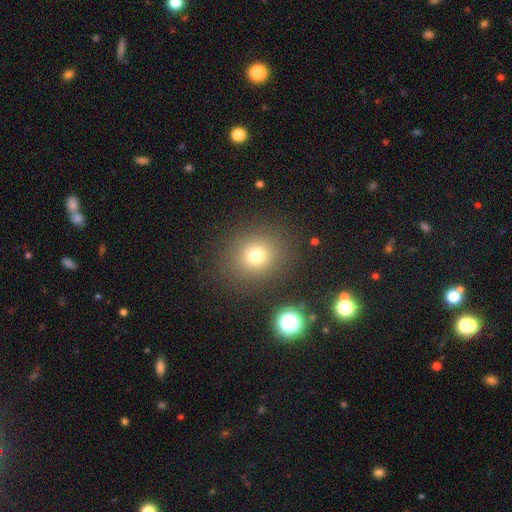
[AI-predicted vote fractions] Overall: smooth (73%). How rounded: round (80%). Merging: none (85%).